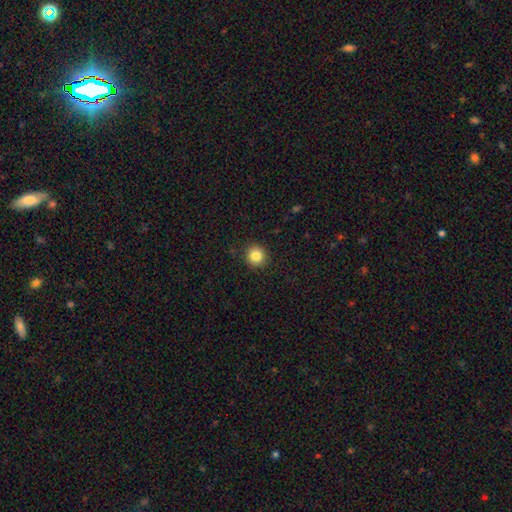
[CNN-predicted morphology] smooth 84%, star or artifact 10%, featured or disk 6%. Down the decision tree: how rounded — round (93%); merging — none (92%).